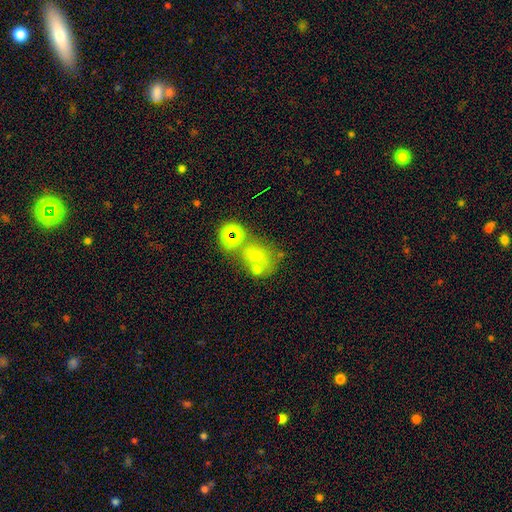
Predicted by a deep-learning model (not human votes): Smooth or featured? smooth (58%)
How rounded? round (54%)
Merging? none (42%)